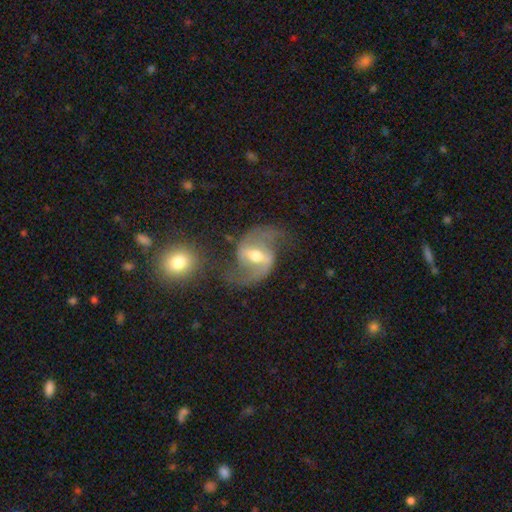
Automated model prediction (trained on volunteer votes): Morphology: type=featured or disk (88%); edge-on=no (97%); bar=strong (49%); spiral arms=yes (95%); winding=loose (47%); arm count=2 (93%); bulge=moderate (70%); merging=none (65%).